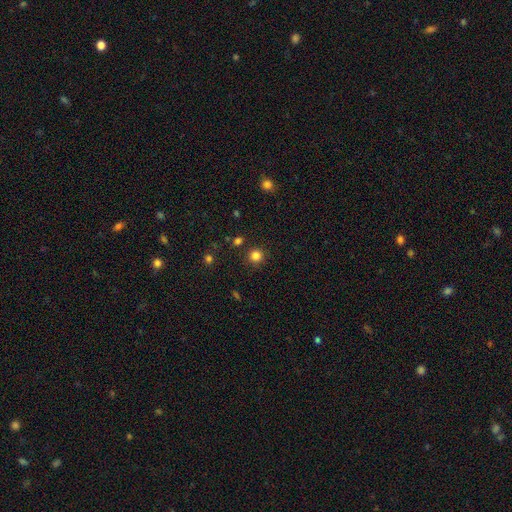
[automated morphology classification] Smooth or featured? Predicted: smooth (p=0.82). How rounded? Predicted: round (p=0.94). Merging? Predicted: none (p=0.89).